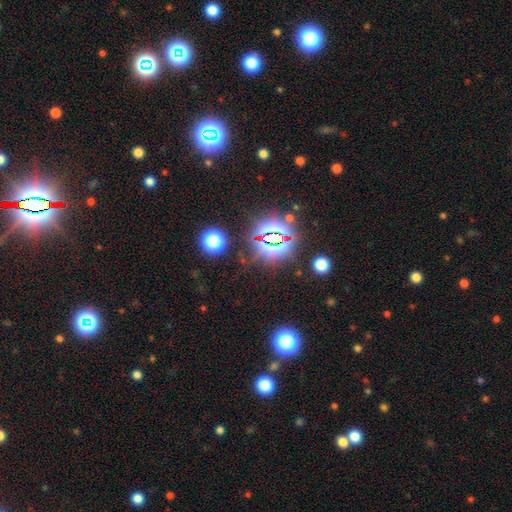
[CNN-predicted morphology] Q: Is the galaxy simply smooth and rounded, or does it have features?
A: star or artifact — 81%.